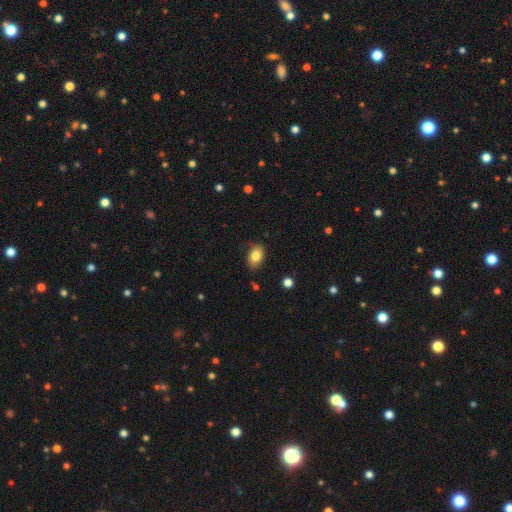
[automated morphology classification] smooth-or-featured: smooth: 83% | featured or disk: 9% | star or artifact: 8%
  how-rounded: in between: 84% | round: 15% | cigar-shaped: 1%
  merging: none: 79% | minor disturbance: 17% | major disturbance: 3% | merger: 2%